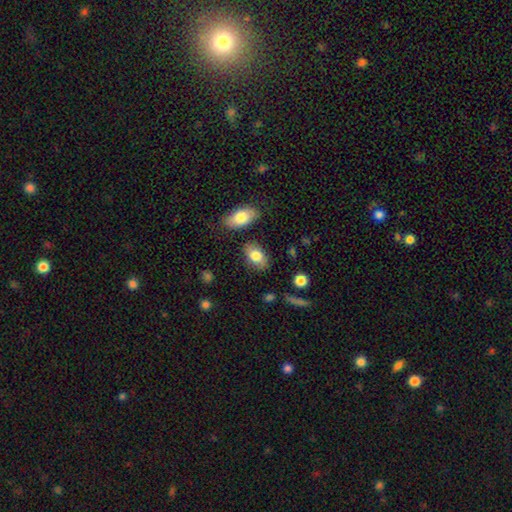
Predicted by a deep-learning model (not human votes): The model was most divided on "smooth or featured": smooth: 79%, featured or disk: 14%, star or artifact: 7%. More confident: how rounded — in between (89%); merging — none (79%).